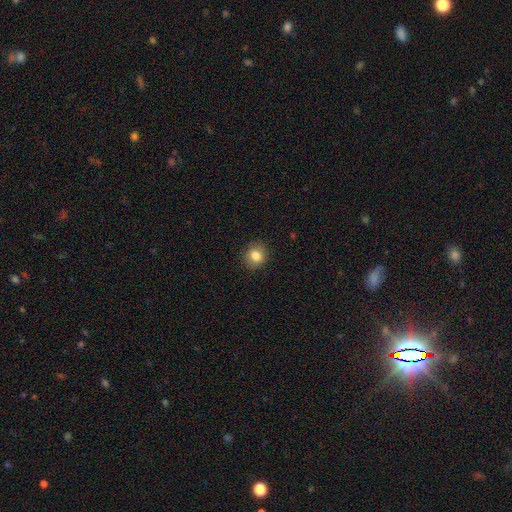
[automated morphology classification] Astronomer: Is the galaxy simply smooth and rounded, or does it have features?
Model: smooth — 83%.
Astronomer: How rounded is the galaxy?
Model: round — 77%.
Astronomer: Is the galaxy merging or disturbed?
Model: none — 89%.